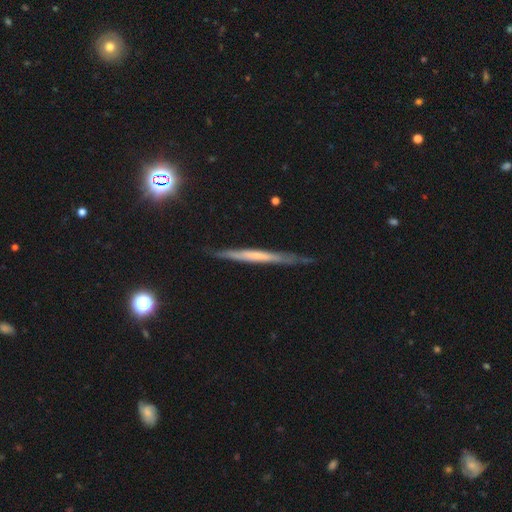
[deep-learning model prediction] Q: Smooth or featured?
A: featured or disk (57%); runner-up: smooth (36%)
Q: Edge-on disk?
A: yes (93%); runner-up: no (7%)
Q: Edge-on bulge?
A: none (73%); runner-up: rounded (16%)
Q: Merging?
A: none (79%); runner-up: minor disturbance (16%)